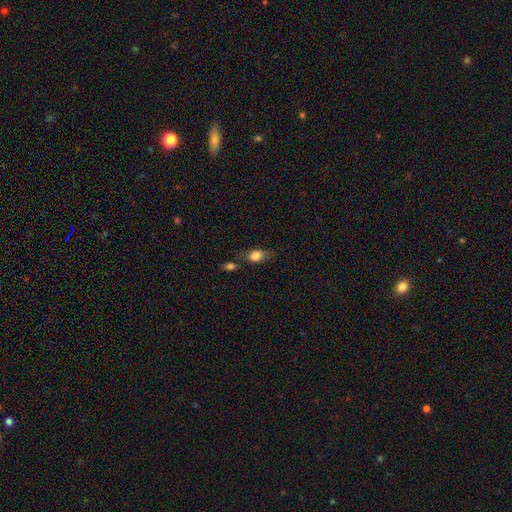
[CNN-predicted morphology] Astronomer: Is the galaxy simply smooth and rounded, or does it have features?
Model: smooth — 76%.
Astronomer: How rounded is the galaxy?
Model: in between — 76%.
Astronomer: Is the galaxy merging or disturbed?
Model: none — 53%.